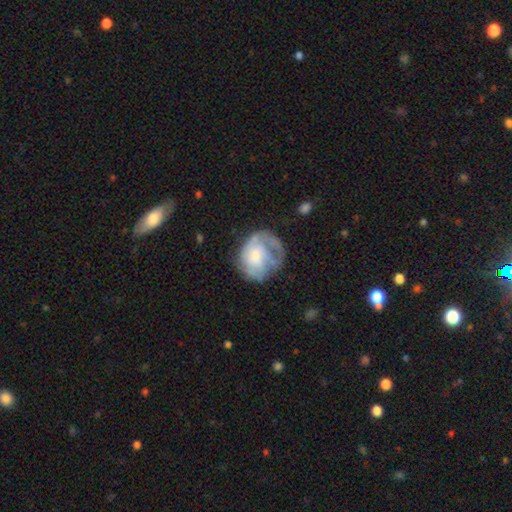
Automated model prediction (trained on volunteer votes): Q: Smooth or featured?
A: featured or disk (52%); runner-up: smooth (40%)
Q: Edge-on disk?
A: no (98%); runner-up: yes (2%)
Q: Bar?
A: no (75%); runner-up: weak (22%)
Q: Spiral arms?
A: yes (59%); runner-up: no (41%)
Q: Bulge size?
A: small (38%); runner-up: moderate (35%)
Q: Merging?
A: none (43%); runner-up: major disturbance (29%)